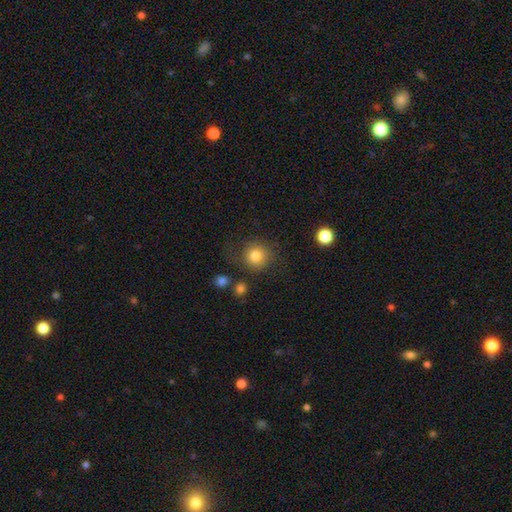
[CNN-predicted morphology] Smooth or featured?
  - smooth: 81% *
  - star or artifact: 11%
  - featured or disk: 8%
How rounded?
  - round: 91% *
  - in between: 8%
  - cigar-shaped: 1%
Merging?
  - none: 75% *
  - minor disturbance: 13%
  - major disturbance: 8%
  - merger: 4%